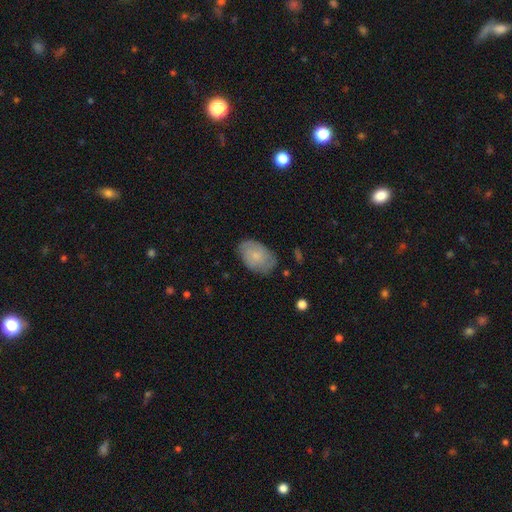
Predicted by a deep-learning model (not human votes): This is likely a smooth galaxy (65%). How rounded: clearly in between (88%). Merging: likely none (71%).